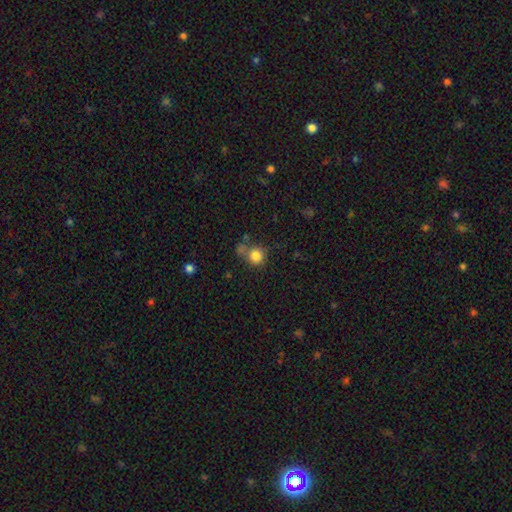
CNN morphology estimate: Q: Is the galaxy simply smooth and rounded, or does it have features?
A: smooth — 83%.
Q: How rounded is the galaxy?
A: round — 90%.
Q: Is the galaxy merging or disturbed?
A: none — 61%.